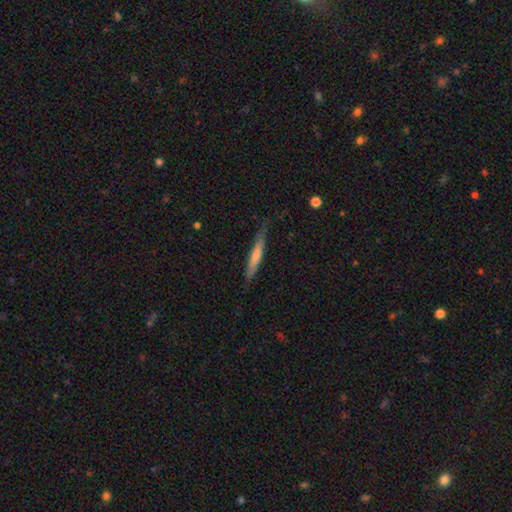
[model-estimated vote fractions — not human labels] This appears to be a smooth galaxy with no disk features (59%) that is cigar-shaped (94%). Merging: none (76%).